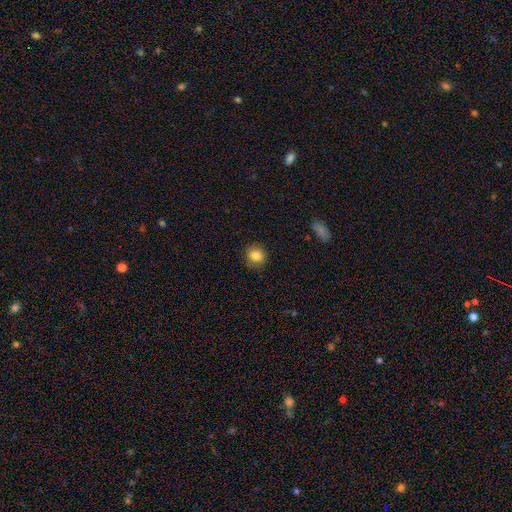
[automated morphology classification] Smooth or featured: smooth — 85% (star or artifact — 10%)
How rounded: round — 75% (in between — 24%)
Merging: none — 86% (minor disturbance — 10%)